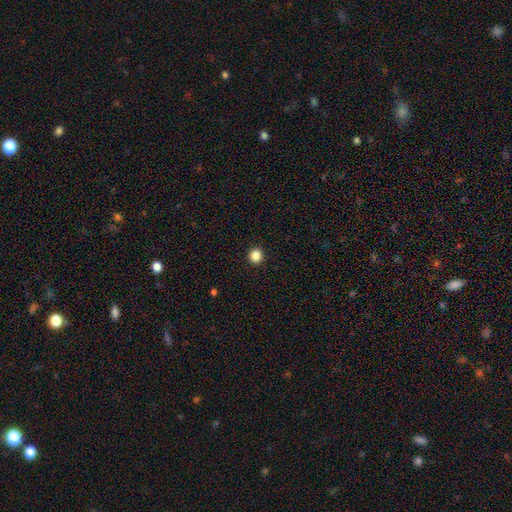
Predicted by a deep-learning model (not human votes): smooth-or-featured: smooth: 85% | star or artifact: 11% | featured or disk: 3%
  how-rounded: round: 91% | in between: 8% | cigar-shaped: 1%
  merging: none: 93% | minor disturbance: 4% | major disturbance: 1% | merger: 1%